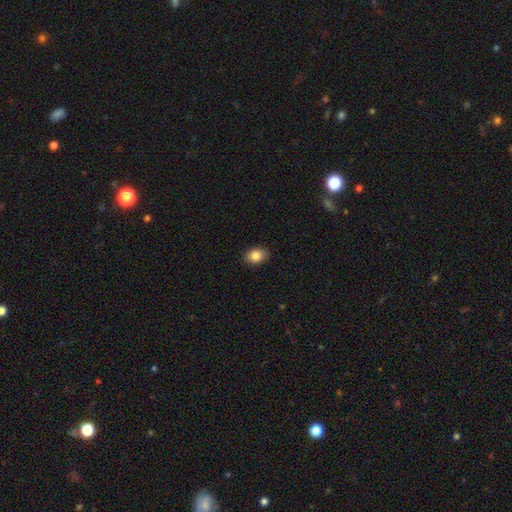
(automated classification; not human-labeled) A smooth galaxy with no disk features (85%) that is in between round and cigar-shaped (74%).

Vote fractions:
- Smooth or featured? smooth: 85% / star or artifact: 8% / featured or disk: 7%
- How rounded? in between: 74% / round: 25% / cigar-shaped: 1%
- Merging? none: 89% / minor disturbance: 9% / major disturbance: 2% / merger: 1%